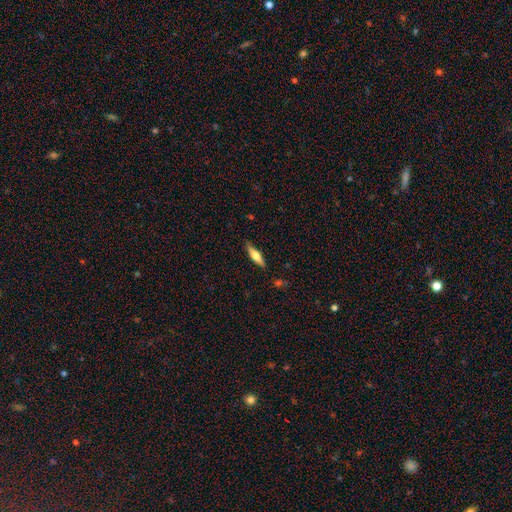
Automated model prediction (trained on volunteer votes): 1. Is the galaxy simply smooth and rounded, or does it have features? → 54% smooth, 40% featured or disk, 6% star or artifact.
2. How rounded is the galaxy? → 69% cigar-shaped, 29% in between, 2% round.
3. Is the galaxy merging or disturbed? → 87% none, 10% minor disturbance, 2% major disturbance, 1% merger.